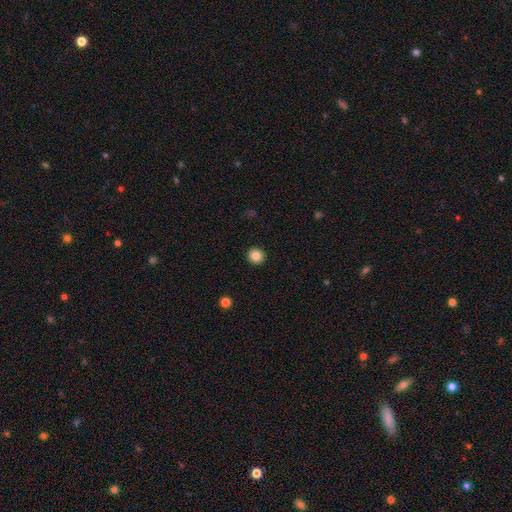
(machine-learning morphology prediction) Smooth or featured? Predicted: smooth (p=0.85). How rounded? Predicted: round (p=0.91). Merging? Predicted: none (p=0.93).